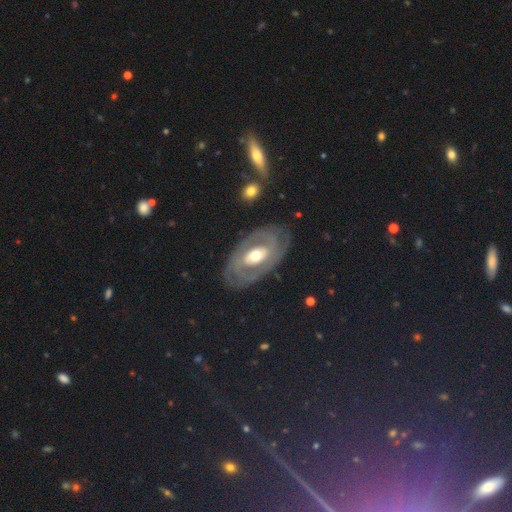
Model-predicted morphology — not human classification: This is likely a featured or disk galaxy (77%). It is clearly not viewed edge-on (93%). Bar: possibly no (58%). Spiral arm pattern: likely yes (65%). Central bulge: likely moderate (66%). Merging: likely none (79%).